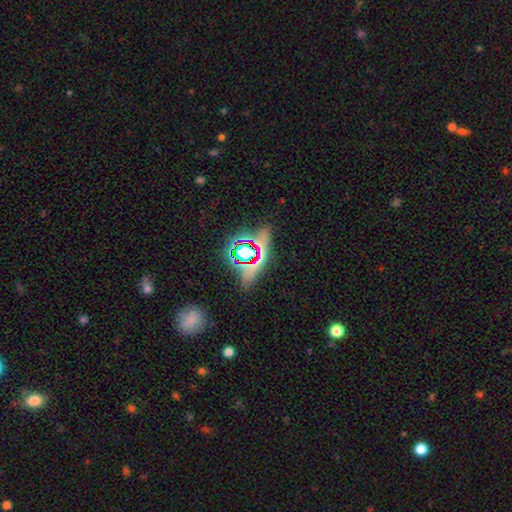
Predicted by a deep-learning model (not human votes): This appears to be a star or artifact, not a galaxy (54%).